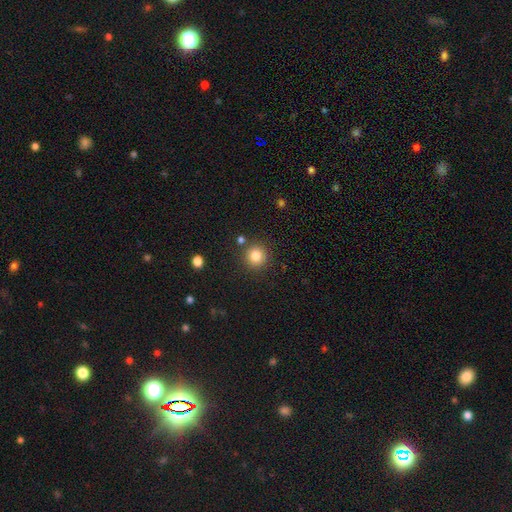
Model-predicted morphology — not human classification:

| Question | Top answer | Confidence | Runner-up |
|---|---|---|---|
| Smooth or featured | smooth | 82% | star or artifact (12%) |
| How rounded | round | 94% | in between (6%) |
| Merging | none | 86% | minor disturbance (7%) |